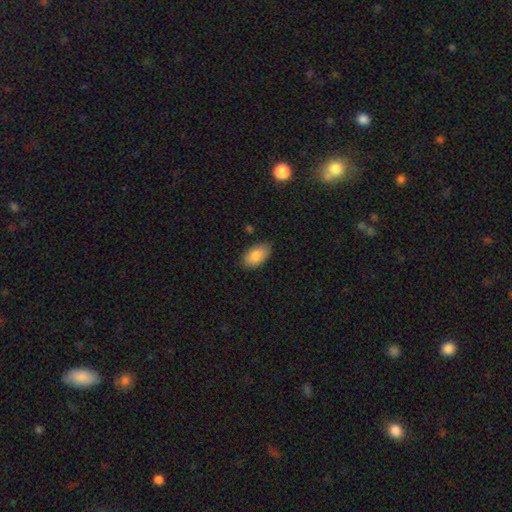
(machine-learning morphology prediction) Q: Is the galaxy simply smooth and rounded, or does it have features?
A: smooth — 85%.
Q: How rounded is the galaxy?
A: in between — 94%.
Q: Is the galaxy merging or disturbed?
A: none — 81%.